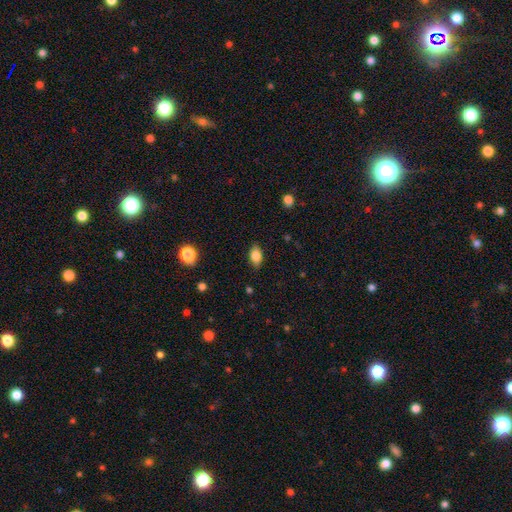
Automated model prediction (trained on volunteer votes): A smooth galaxy with no disk features (84%) that is in between round and cigar-shaped (87%). Merging: none (84%).